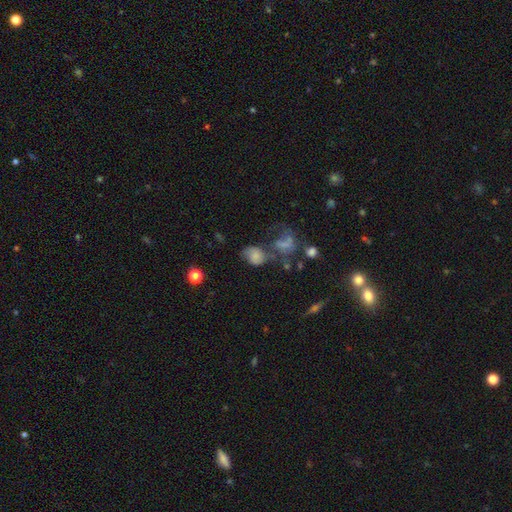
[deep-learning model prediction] Smooth or featured? smooth (67%)
How rounded? in between (56%)
Merging? none (34%)